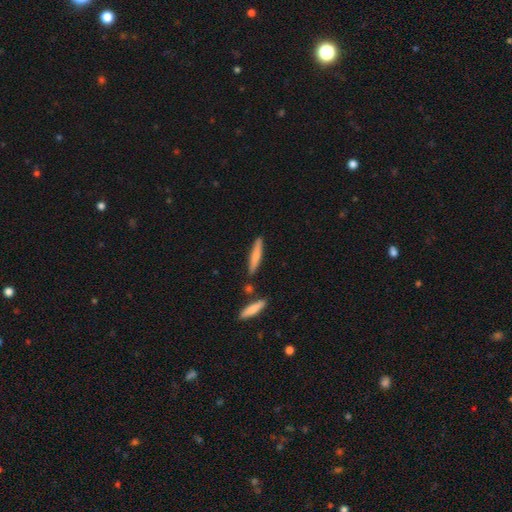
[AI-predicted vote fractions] A smooth galaxy with no disk features (70%) that is cigar-shaped (90%). Merging: none (83%).